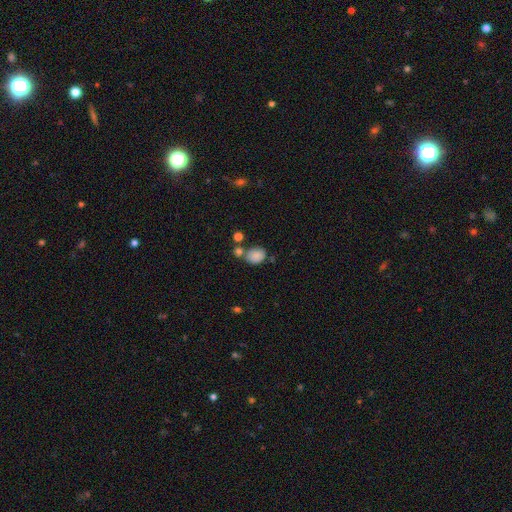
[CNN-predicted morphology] smooth 84%, star or artifact 10%, featured or disk 7%. Down the decision tree: how rounded — round (53%); merging — none (53%).